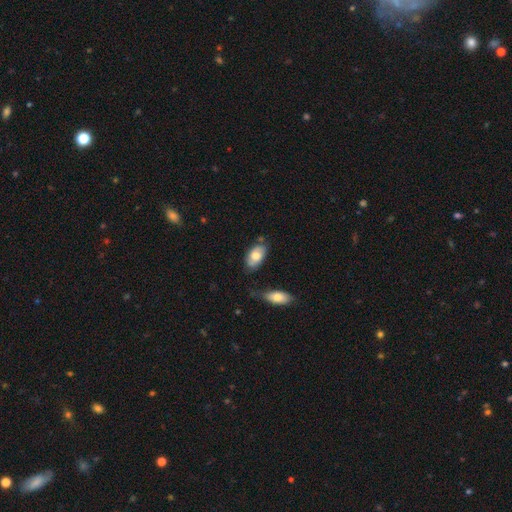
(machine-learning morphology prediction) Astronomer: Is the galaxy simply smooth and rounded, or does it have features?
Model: smooth — 69%.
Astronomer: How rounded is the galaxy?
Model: in between — 93%.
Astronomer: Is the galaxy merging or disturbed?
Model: none — 69%.